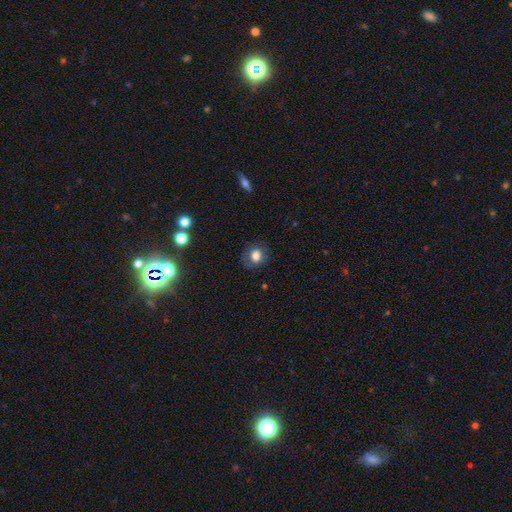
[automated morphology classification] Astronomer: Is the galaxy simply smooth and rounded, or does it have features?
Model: smooth — 77%.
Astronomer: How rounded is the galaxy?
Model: round — 69%.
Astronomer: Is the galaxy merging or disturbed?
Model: none — 81%.